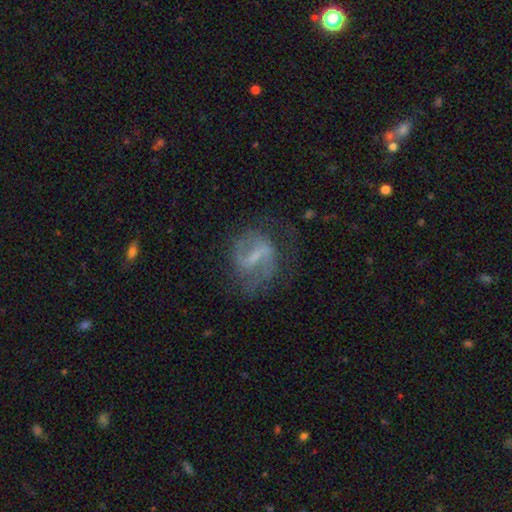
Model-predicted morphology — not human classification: This is likely a featured or disk galaxy (71%). It is clearly not viewed edge-on (94%). Bar: possibly strong (47%). Spiral arm pattern: likely yes (76%). Spiral arm count: likely 2 (69%). Spiral winding: marginally medium (43%). Central bulge: marginally small (41%). Merging: possibly none (57%).